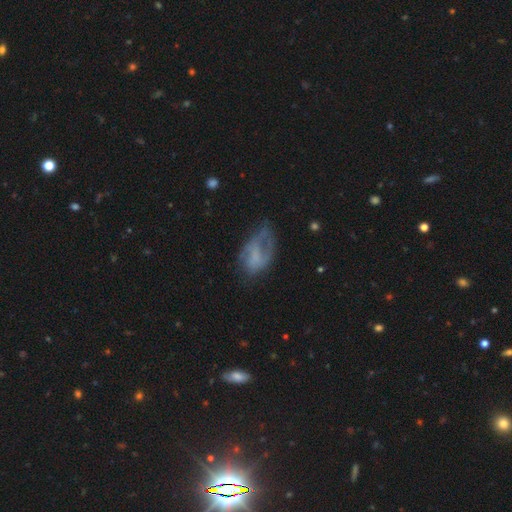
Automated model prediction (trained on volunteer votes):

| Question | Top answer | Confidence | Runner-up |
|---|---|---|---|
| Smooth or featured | featured or disk | 50% | smooth (40%) |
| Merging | none | 35% | major disturbance (33%) |